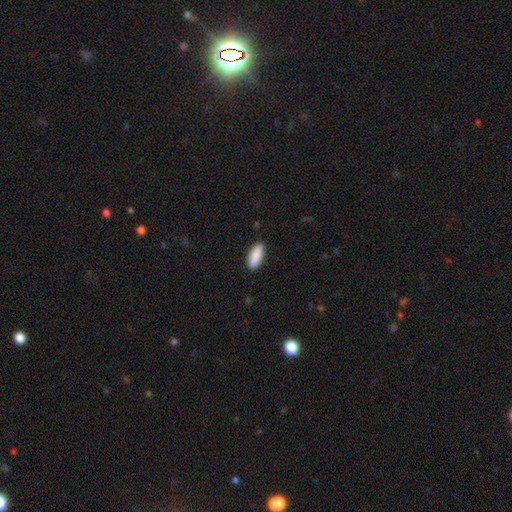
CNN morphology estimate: smooth 90%, star or artifact 6%, featured or disk 4%. Down the decision tree: how rounded — in between (78%); merging — none (88%).